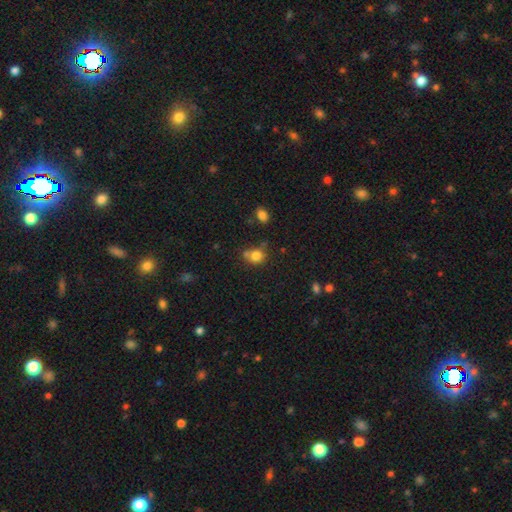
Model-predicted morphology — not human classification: Smooth or featured?
  - smooth: 80% *
  - star or artifact: 12%
  - featured or disk: 8%
How rounded?
  - round: 75% *
  - in between: 24%
  - cigar-shaped: 1%
Merging?
  - none: 57% *
  - merger: 24%
  - minor disturbance: 14%
  - major disturbance: 5%